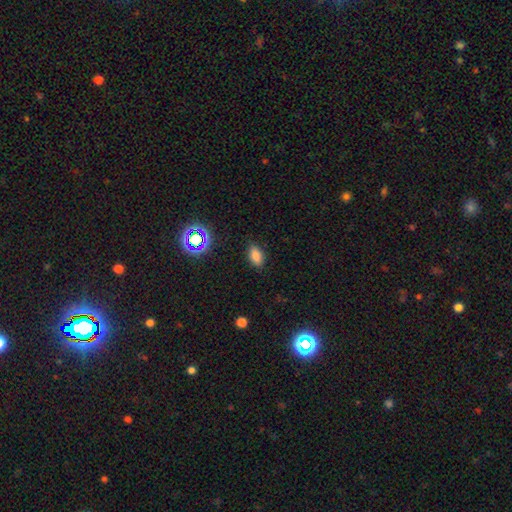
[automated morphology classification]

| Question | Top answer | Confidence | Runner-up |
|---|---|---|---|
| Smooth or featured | smooth | 80% | star or artifact (14%) |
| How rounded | in between | 89% | round (6%) |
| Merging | none | 85% | minor disturbance (11%) |